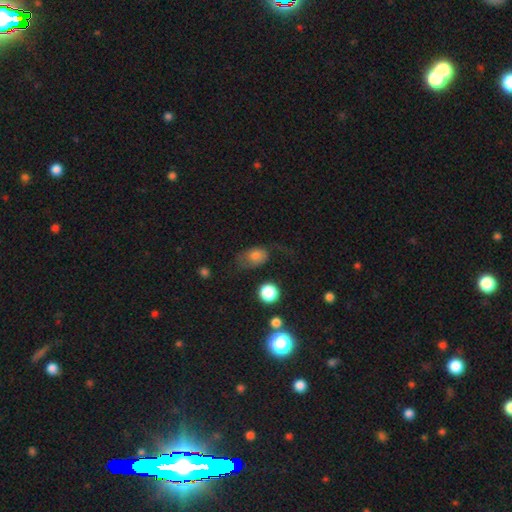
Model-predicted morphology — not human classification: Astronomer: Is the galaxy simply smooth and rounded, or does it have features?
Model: smooth — 71%.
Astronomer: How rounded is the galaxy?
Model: in between — 72%.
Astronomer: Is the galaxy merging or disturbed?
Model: none — 40% (runner-up: major disturbance, 29%).